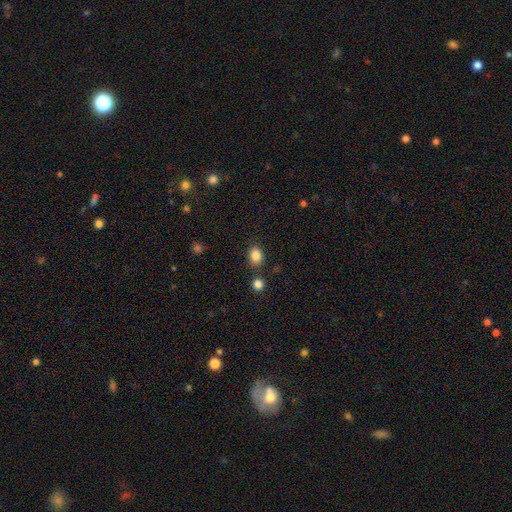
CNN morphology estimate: type=smooth (85%); roundness=in between (57%); merging=none (79%).